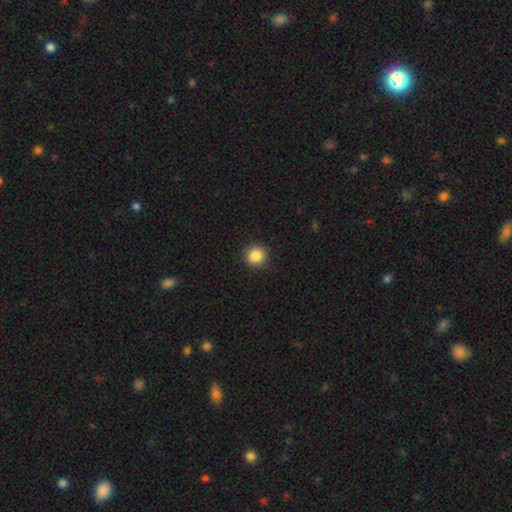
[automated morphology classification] type=smooth (86%); roundness=round (92%); merging=none (92%).